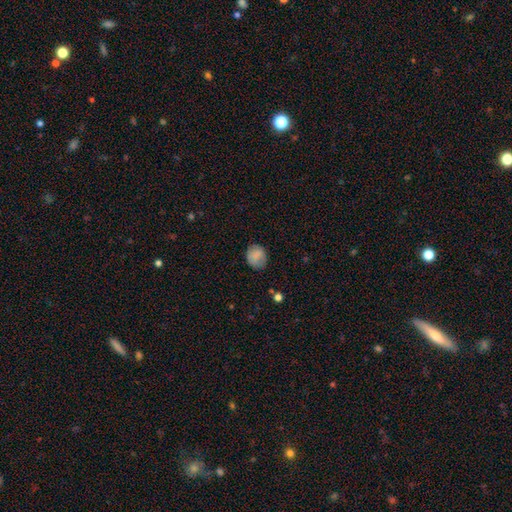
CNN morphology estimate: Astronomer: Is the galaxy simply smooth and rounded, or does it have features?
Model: smooth — 84%.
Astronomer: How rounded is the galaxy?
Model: round — 67%.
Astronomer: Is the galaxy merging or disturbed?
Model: none — 75%.